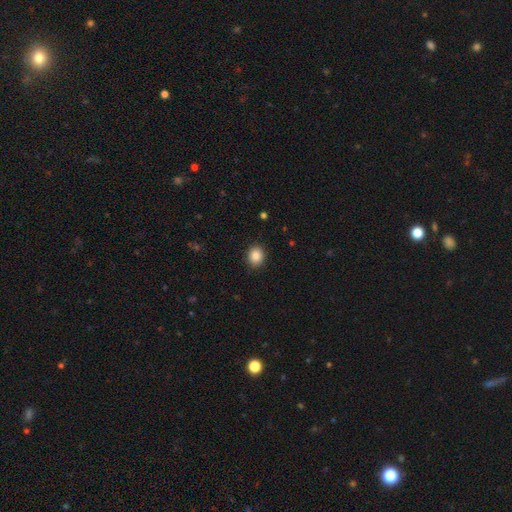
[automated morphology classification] A smooth galaxy with no disk features (86%) that is round (65%). Merging: none (90%).